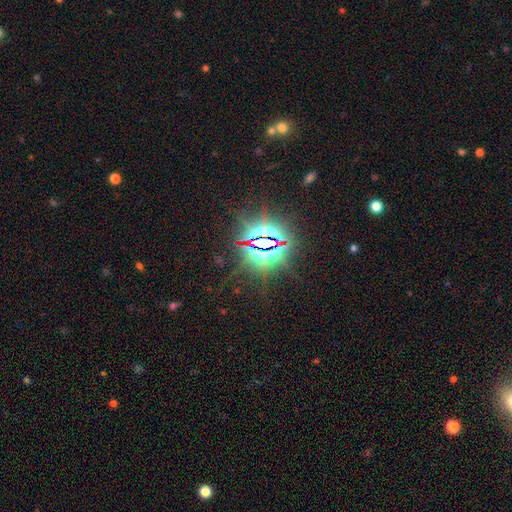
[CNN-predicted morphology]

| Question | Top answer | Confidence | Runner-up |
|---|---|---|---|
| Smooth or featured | star or artifact | 85% | featured or disk (8%) |